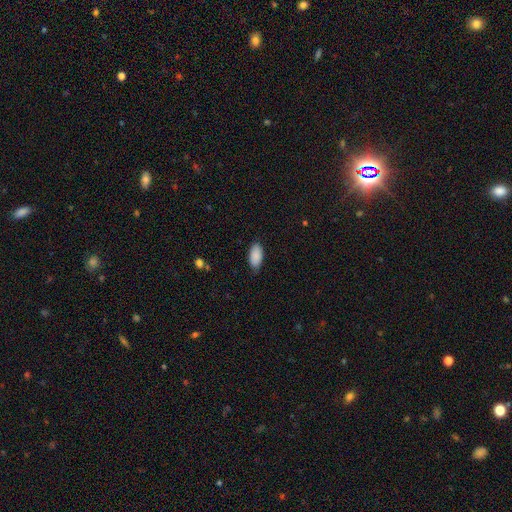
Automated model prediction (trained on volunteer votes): Smooth or featured? Predicted: smooth (p=0.90). How rounded? Predicted: in between (p=0.94). Merging? Predicted: none (p=0.84).